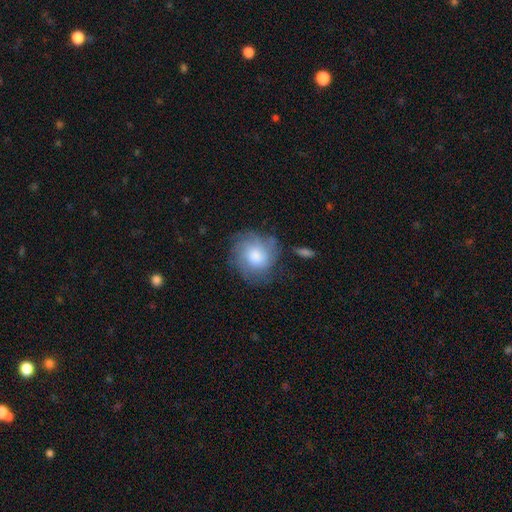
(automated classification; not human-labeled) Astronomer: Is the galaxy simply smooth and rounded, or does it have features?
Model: smooth — 53% (runner-up: featured or disk, 38%).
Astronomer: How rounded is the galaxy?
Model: round — 84%.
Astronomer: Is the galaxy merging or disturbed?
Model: none — 65%.